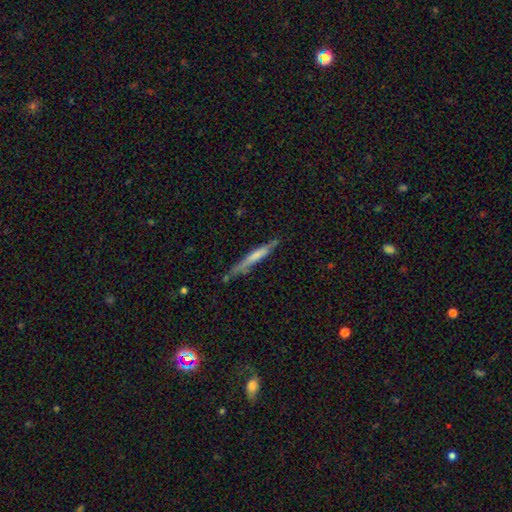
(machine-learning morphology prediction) Smooth or featured? Predicted: smooth (p=0.53). How rounded? Predicted: cigar-shaped (p=0.95). Merging? Predicted: none (p=0.66).